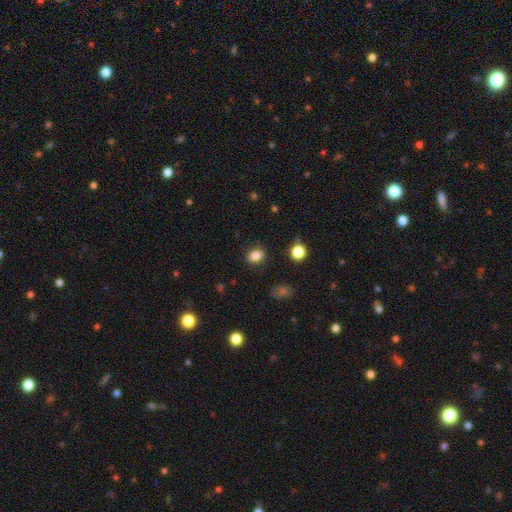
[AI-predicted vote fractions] Morphology: type=smooth (84%); roundness=in between (53%); merging=none (85%).